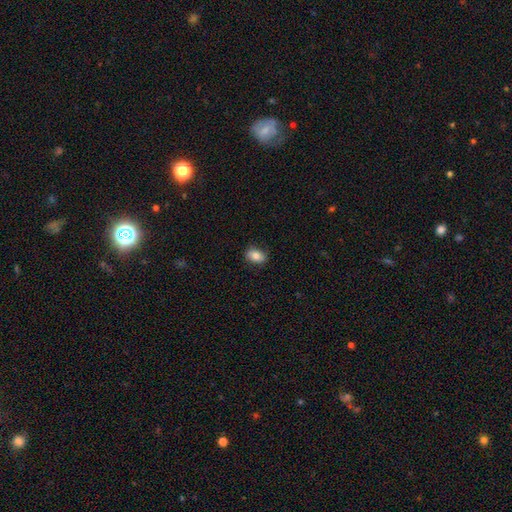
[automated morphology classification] Smooth or featured?
  - smooth: 82% *
  - featured or disk: 9%
  - star or artifact: 8%
How rounded?
  - in between: 82% *
  - round: 16%
  - cigar-shaped: 2%
Merging?
  - none: 84% *
  - minor disturbance: 12%
  - major disturbance: 2%
  - merger: 1%